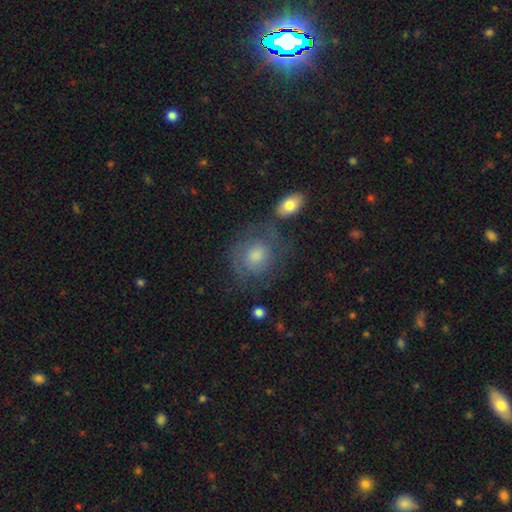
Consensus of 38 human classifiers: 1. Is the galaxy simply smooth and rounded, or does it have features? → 61% smooth, 32% featured or disk, 8% star or artifact.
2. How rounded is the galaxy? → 91% round, 9% in between, 0% cigar-shaped.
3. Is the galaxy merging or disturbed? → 57% none, 23% major disturbance, 17% minor disturbance, 3% merger.